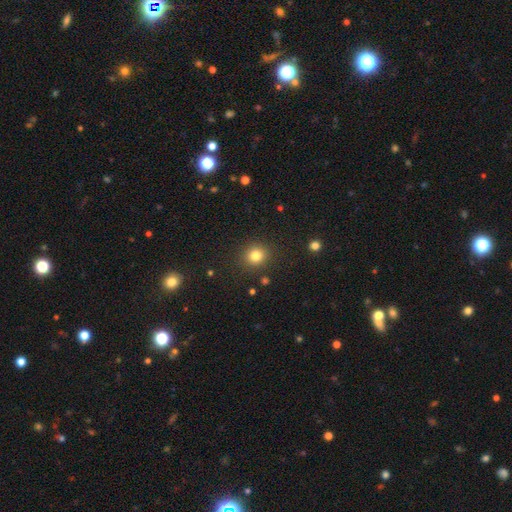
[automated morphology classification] smooth 81%, star or artifact 13%, featured or disk 6%. Down the decision tree: how rounded — round (85%); merging — none (88%).